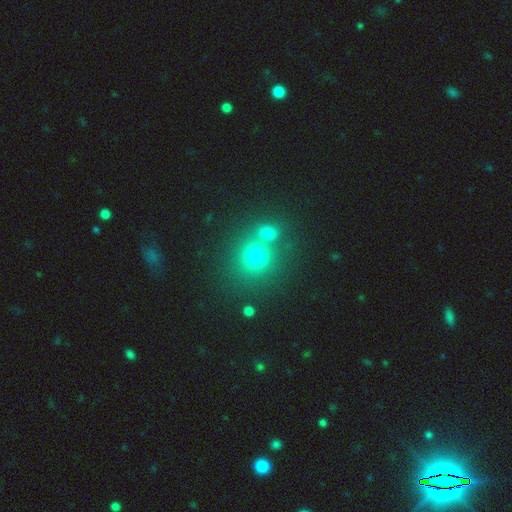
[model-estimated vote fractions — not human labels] This appears to be a smooth galaxy with no disk features (71%) that is round (85%). Merging: none (56%).